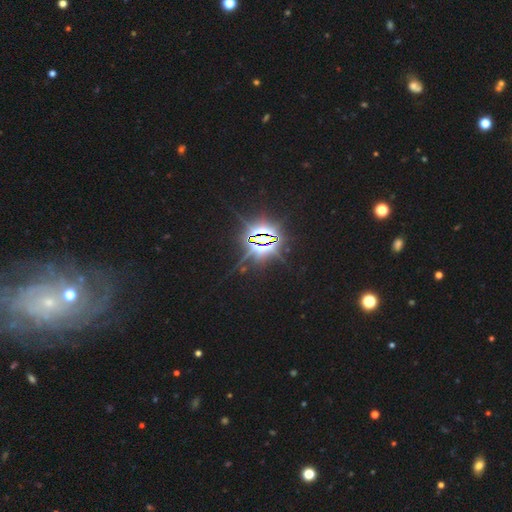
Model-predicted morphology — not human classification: Smooth or featured? Predicted: star or artifact (p=0.62).